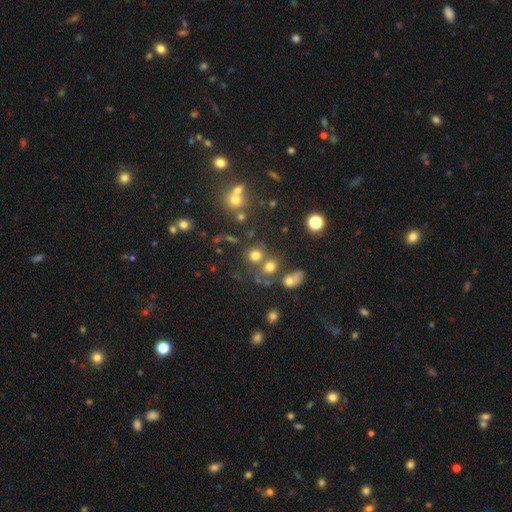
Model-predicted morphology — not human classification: A smooth galaxy with no disk features (71%) that is round (85%).

Vote fractions:
- Smooth or featured? smooth: 71% / star or artifact: 19% / featured or disk: 9%
- How rounded? round: 85% / in between: 14% / cigar-shaped: 1%
- Merging? none: 63% / merger: 22% / minor disturbance: 10% / major disturbance: 5%